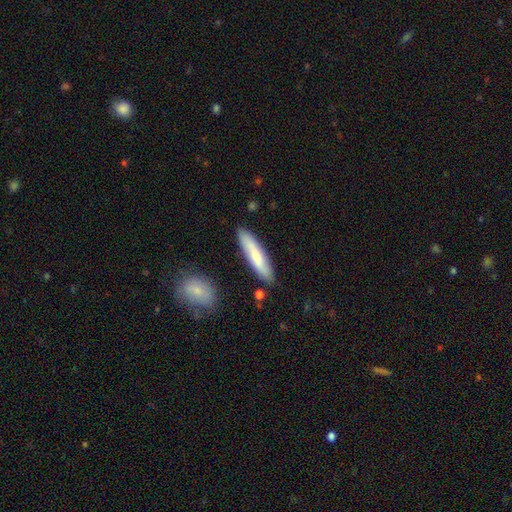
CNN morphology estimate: Smooth or featured?
  - smooth: 75% *
  - featured or disk: 19%
  - star or artifact: 5%
How rounded?
  - cigar-shaped: 83% *
  - in between: 15%
  - round: 1%
Merging?
  - none: 86% *
  - minor disturbance: 10%
  - merger: 3%
  - major disturbance: 2%